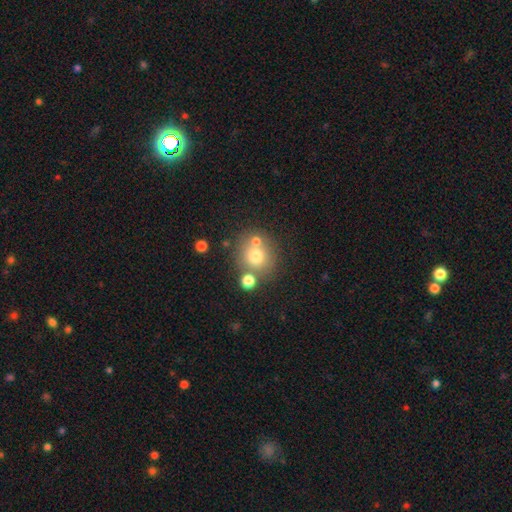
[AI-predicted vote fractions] Q: Smooth or featured?
A: smooth (71%); runner-up: featured or disk (16%)
Q: How rounded?
A: round (87%); runner-up: in between (12%)
Q: Merging?
A: none (63%); runner-up: merger (23%)